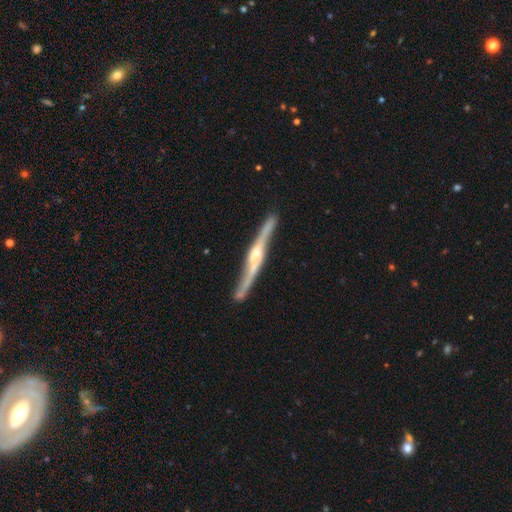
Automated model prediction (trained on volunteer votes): Smooth or featured? featured or disk (82%)
Edge-on disk? yes (95%)
Edge-on bulge? rounded (74%)
Merging? none (79%)